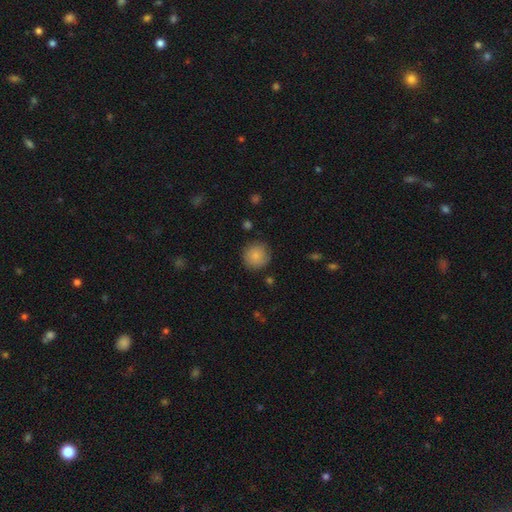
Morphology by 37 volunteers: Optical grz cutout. It shows a smooth galaxy with no disk features (92%) that is round (100%). Merging: none (83%).